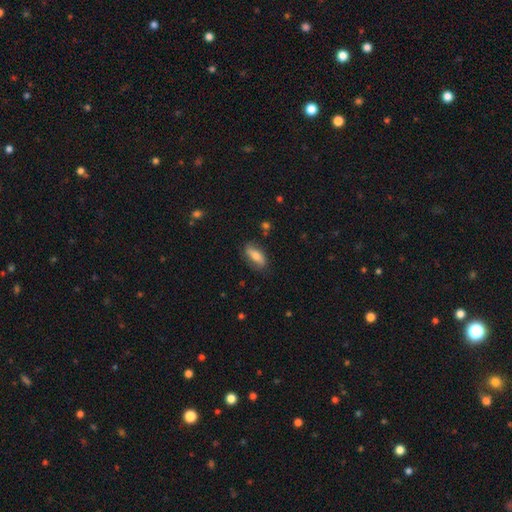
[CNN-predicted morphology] Smooth or featured?
  - smooth: 66% *
  - featured or disk: 27%
  - star or artifact: 7%
How rounded?
  - in between: 73% *
  - cigar-shaped: 23%
  - round: 4%
Merging?
  - none: 77% *
  - minor disturbance: 17%
  - major disturbance: 4%
  - merger: 2%